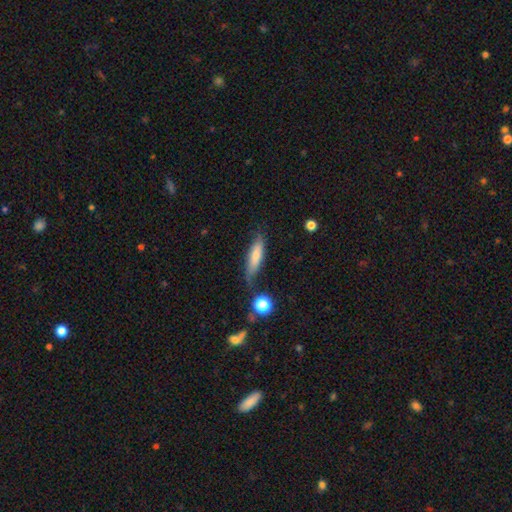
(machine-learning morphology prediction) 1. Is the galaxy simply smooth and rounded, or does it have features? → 72% smooth, 20% featured or disk, 7% star or artifact.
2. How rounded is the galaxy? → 65% cigar-shaped, 33% in between, 2% round.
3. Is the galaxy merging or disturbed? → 61% none, 26% minor disturbance, 8% major disturbance, 5% merger.